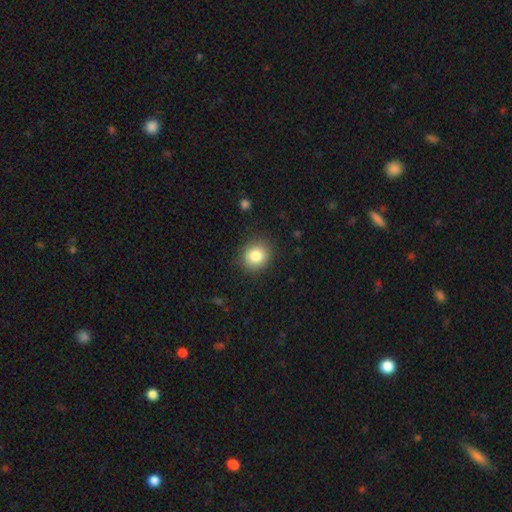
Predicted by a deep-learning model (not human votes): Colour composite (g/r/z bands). It shows a smooth galaxy with no disk features (83%) that is round (80%). Merging: none (88%).